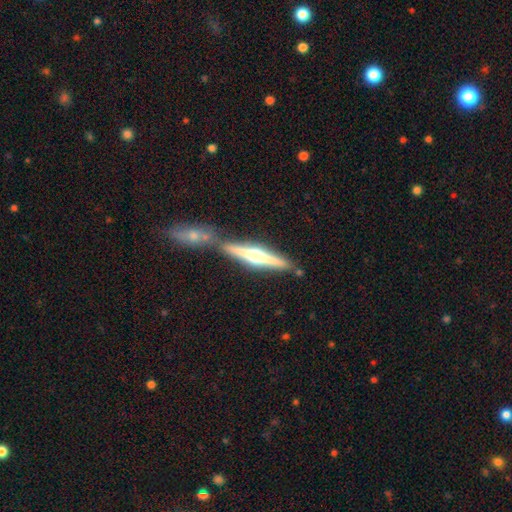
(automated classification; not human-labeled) The model was most divided on "merging": none: 68%, merger: 19%, minor disturbance: 10%, major disturbance: 3%. More confident: edge-on disk — yes (97%); edge-on bulge — rounded (93%); smooth or featured — featured or disk (73%).